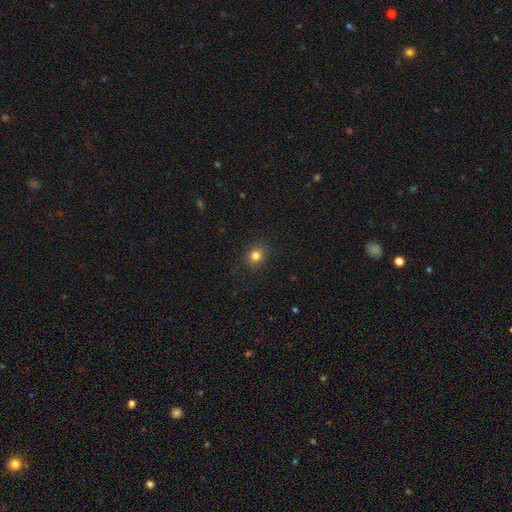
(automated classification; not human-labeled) smooth-or-featured: smooth: 81% | star or artifact: 13% | featured or disk: 6%
  how-rounded: round: 74% | in between: 25% | cigar-shaped: 1%
  merging: none: 88% | minor disturbance: 8% | major disturbance: 3% | merger: 1%